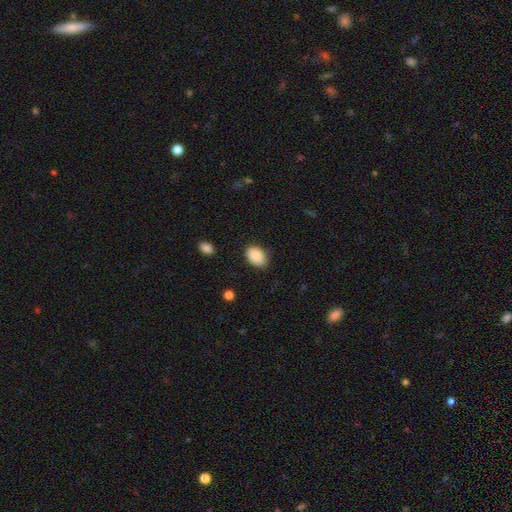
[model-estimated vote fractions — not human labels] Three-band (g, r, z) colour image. It shows a smooth galaxy with no disk features (87%) that is in between round and cigar-shaped (82%). Merging: none (83%).